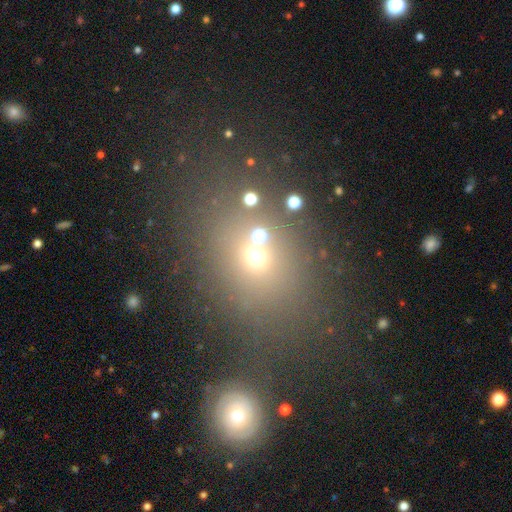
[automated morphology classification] type=smooth (57%); roundness=round (59%); merging=none (65%).